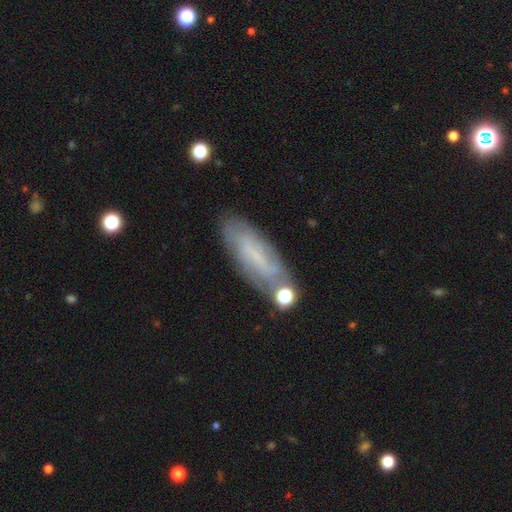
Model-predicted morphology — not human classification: Overall: smooth (46%; featured or disk 45%). Merging: none (68%).